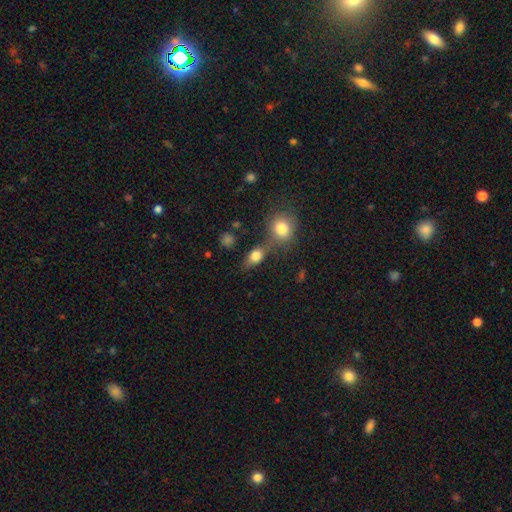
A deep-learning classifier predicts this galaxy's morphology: Smooth or featured? smooth (79%)
How rounded? in between (65%)
Merging? none (49%)